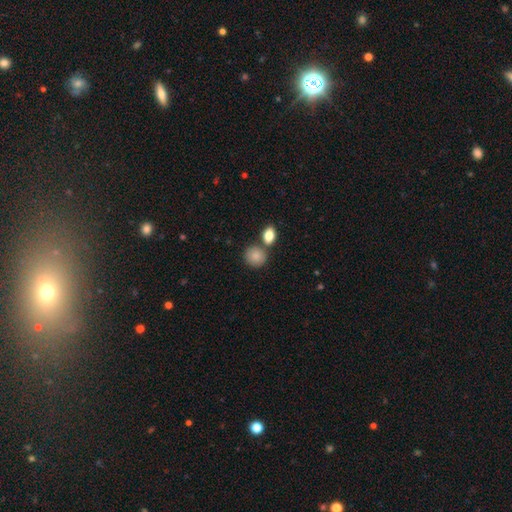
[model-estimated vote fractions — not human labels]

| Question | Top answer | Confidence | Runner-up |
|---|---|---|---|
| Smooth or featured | smooth | 86% | star or artifact (8%) |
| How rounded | round | 74% | in between (25%) |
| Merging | none | 66% | merger (19%) |